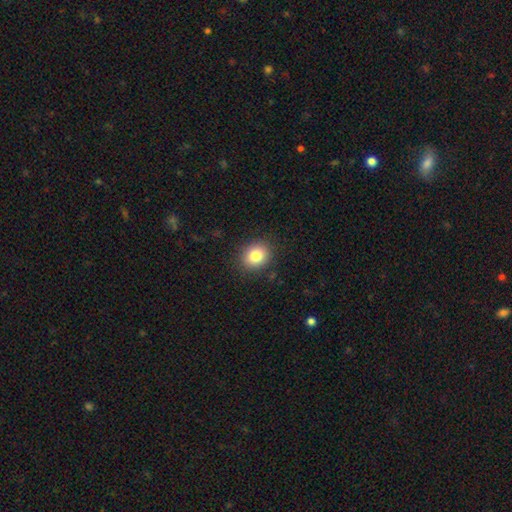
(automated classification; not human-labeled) smooth 82%, star or artifact 10%, featured or disk 8%. Down the decision tree: how rounded — round (64%); merging — none (88%).